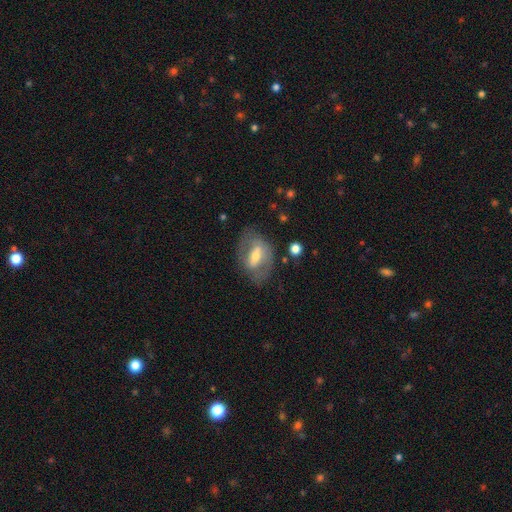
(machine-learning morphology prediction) Smooth or featured? Predicted: featured or disk (p=0.61). Edge-on disk? Predicted: no (p=0.89). Bar? Predicted: strong (p=0.44). Spiral arms? Predicted: no (p=0.51). Bulge size? Predicted: moderate (p=0.57). Merging? Predicted: none (p=0.66).